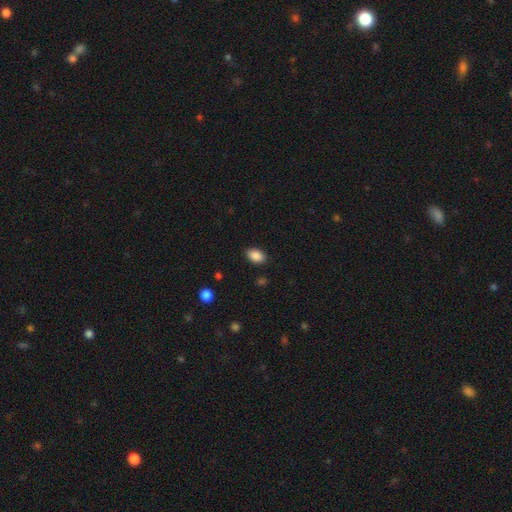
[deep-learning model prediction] The model was most divided on "how rounded": in between: 86%, round: 13%, cigar-shaped: 1%. More confident: smooth or featured — smooth (88%); merging — none (87%).